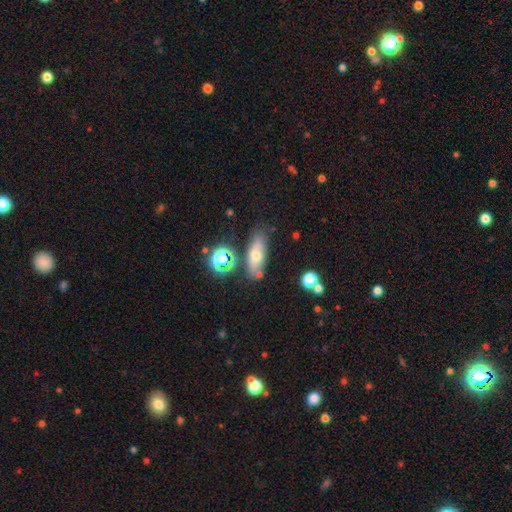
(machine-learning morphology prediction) A smooth galaxy with no disk features (62%) that is in between round and cigar-shaped (62%). Merging: none (73%).